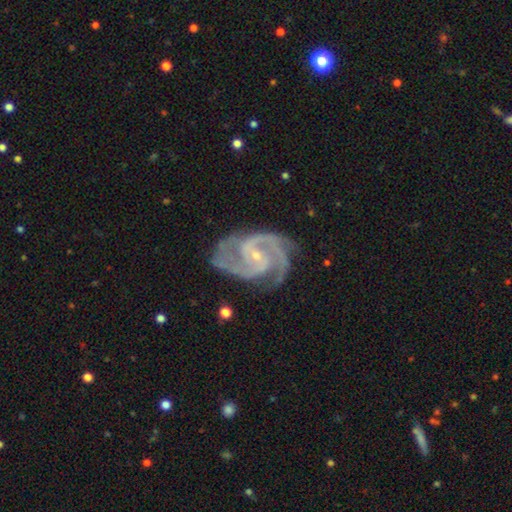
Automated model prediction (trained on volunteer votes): Overall: featured or disk (93%). Edge-on disk: no (98%). Bar: no (47%; weak 37%). Spiral arms: yes (99%). Spiral arm count: 2 (45%; 3 36%). Spiral winding: medium (56%; tight 35%). Bulge size: small (78%). Merging: none (72%).